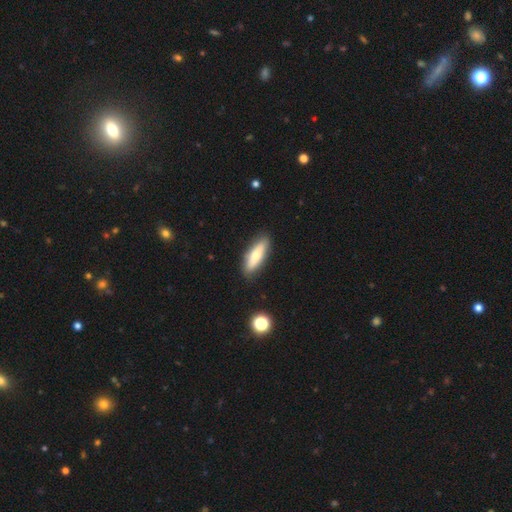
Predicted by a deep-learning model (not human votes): Smooth or featured? smooth (69%)
How rounded? cigar-shaped (53%)
Merging? none (87%)